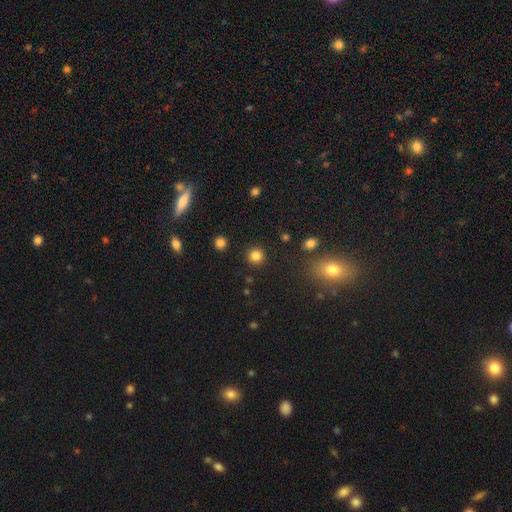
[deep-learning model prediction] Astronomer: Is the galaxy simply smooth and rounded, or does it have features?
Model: smooth — 84%.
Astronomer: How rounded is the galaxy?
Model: round — 93%.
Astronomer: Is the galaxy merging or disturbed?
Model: none — 91%.